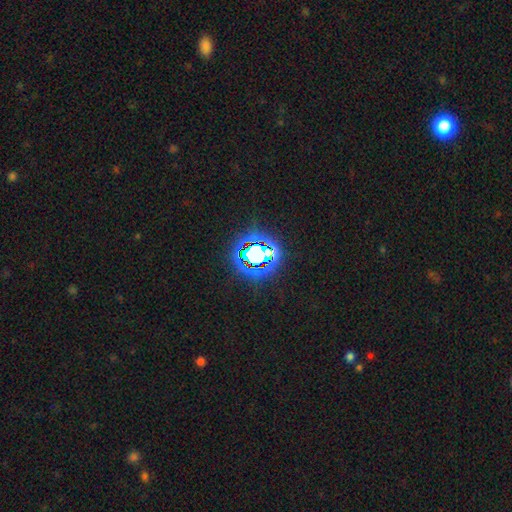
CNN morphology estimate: Overall: star or artifact (73%).